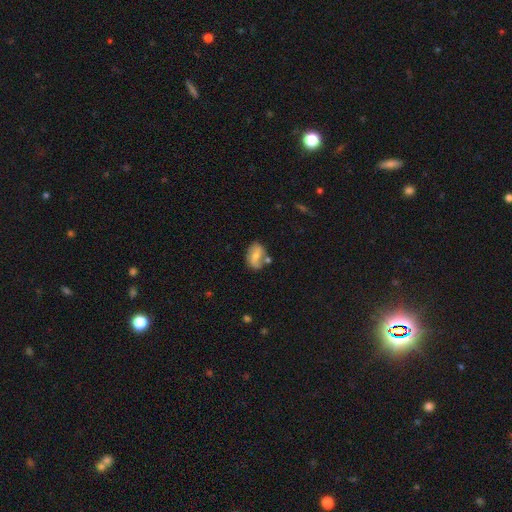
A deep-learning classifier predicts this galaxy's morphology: Smooth or featured?
  - smooth: 56% *
  - featured or disk: 36%
  - star or artifact: 8%
How rounded?
  - in between: 81% *
  - round: 16%
  - cigar-shaped: 2%
Merging?
  - none: 60% *
  - minor disturbance: 21%
  - merger: 13%
  - major disturbance: 6%